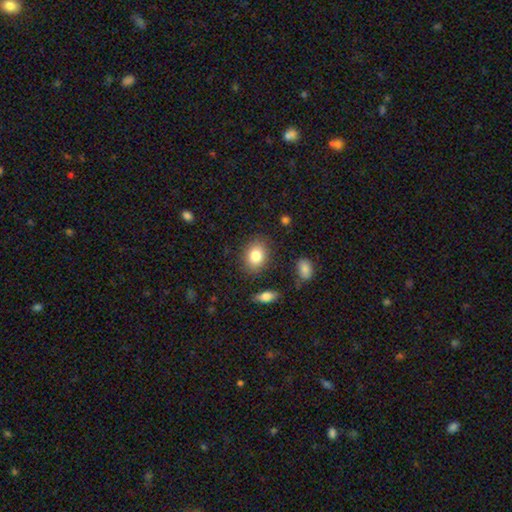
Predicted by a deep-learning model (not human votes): Smooth or featured: smooth — 83% (featured or disk — 9%)
How rounded: in between — 66% (round — 33%)
Merging: none — 83% (minor disturbance — 11%)